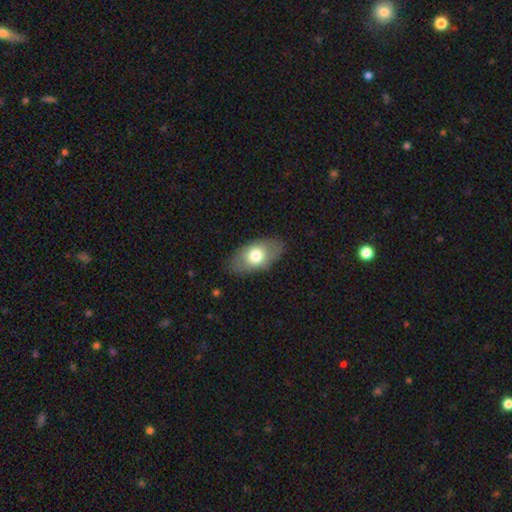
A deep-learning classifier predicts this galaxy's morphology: Smooth or featured?
  - smooth: 68% *
  - featured or disk: 25%
  - star or artifact: 6%
How rounded?
  - in between: 91% *
  - round: 6%
  - cigar-shaped: 2%
Merging?
  - none: 83% *
  - minor disturbance: 13%
  - major disturbance: 3%
  - merger: 1%